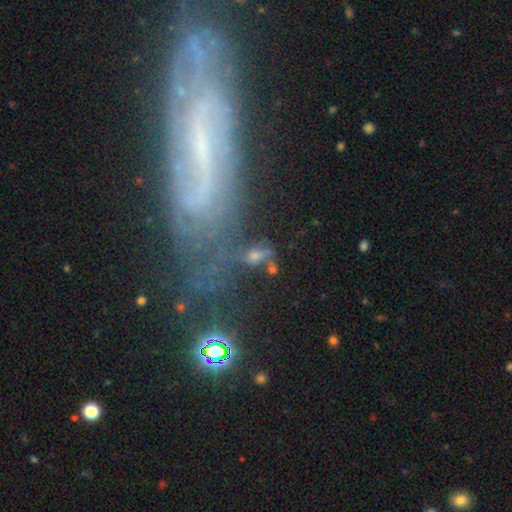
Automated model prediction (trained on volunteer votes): smooth 39%, featured or disk 34%, star or artifact 28%. Down the decision tree: merging — none (43%).